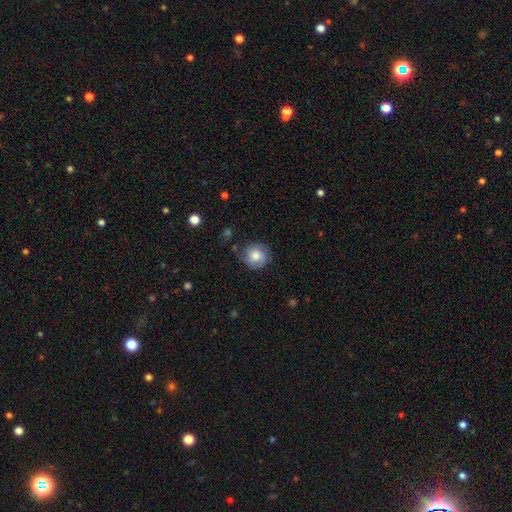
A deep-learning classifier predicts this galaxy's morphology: Smooth or featured? Predicted: smooth (p=0.68). How rounded? Predicted: round (p=0.87). Merging? Predicted: none (p=0.73).